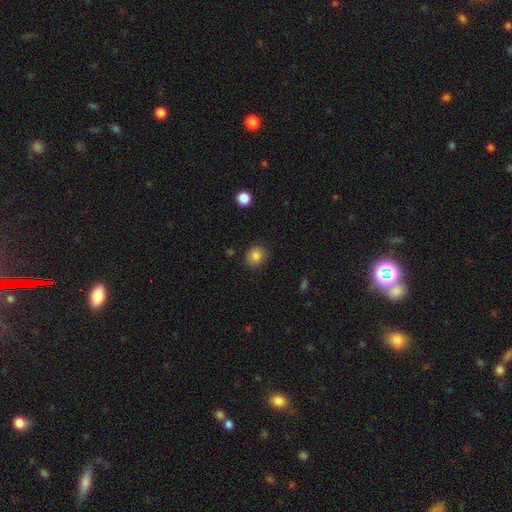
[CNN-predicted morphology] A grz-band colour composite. It shows a smooth galaxy with no disk features (83%) that is round (66%). Merging: none (86%).